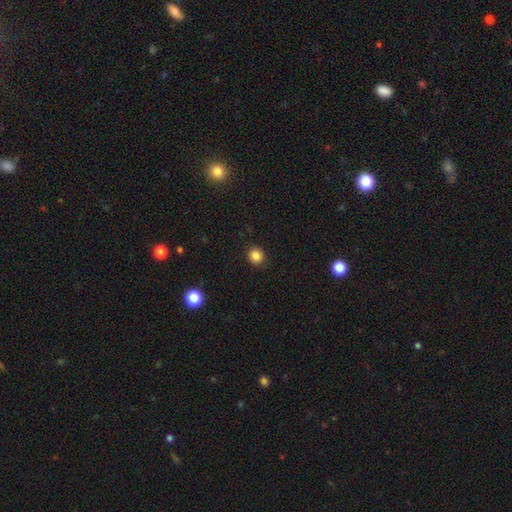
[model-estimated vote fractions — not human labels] Smooth or featured?
  - smooth: 85% *
  - star or artifact: 12%
  - featured or disk: 4%
How rounded?
  - round: 86% *
  - in between: 14%
  - cigar-shaped: 1%
Merging?
  - none: 90% *
  - minor disturbance: 7%
  - major disturbance: 2%
  - merger: 1%